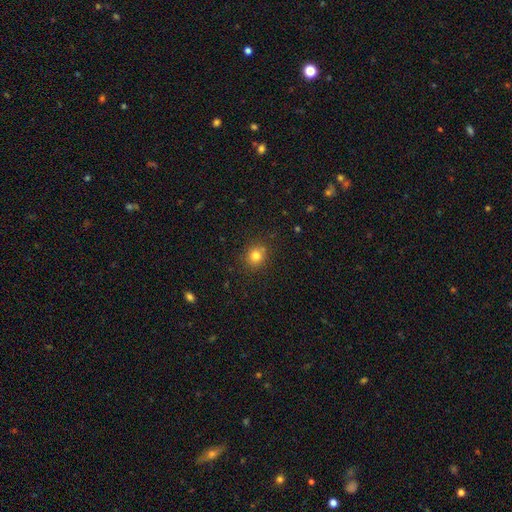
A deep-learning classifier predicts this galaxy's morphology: type=smooth (81%); roundness=round (78%); merging=none (86%).